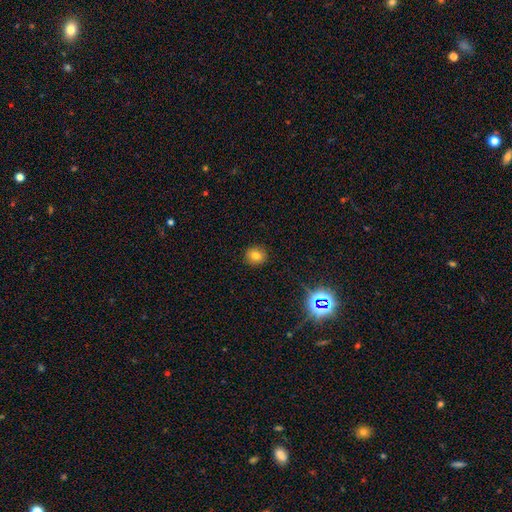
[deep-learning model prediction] Smooth or featured? smooth (76%)
How rounded? round (87%)
Merging? none (91%)